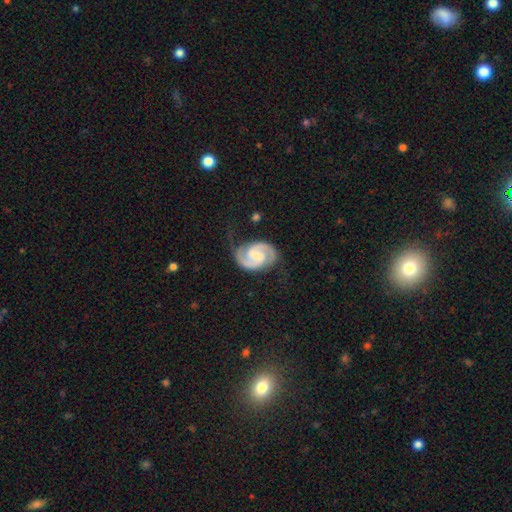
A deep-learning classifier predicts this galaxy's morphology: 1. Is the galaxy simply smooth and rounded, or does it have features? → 92% featured or disk, 5% smooth, 4% star or artifact.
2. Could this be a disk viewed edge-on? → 98% no, 2% yes.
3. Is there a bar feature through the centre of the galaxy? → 53% weak, 27% strong, 19% no.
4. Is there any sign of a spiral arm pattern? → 98% yes, 2% no.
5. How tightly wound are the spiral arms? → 53% medium, 37% tight, 10% loose.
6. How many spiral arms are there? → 94% 2, 2% can't tell, 1% 1, 1% 3, 1% 4, 1% more than 4.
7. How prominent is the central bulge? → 35% small, 34% moderate, 25% none, 5% large, 1% dominant.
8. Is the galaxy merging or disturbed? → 72% none, 19% minor disturbance, 7% major disturbance, 2% merger.